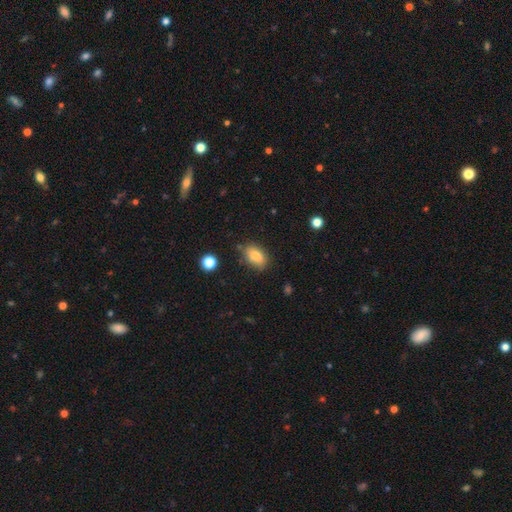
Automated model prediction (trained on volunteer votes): This appears to be a smooth galaxy with no disk features (83%) that is in between round and cigar-shaped (86%). Merging: none (75%).